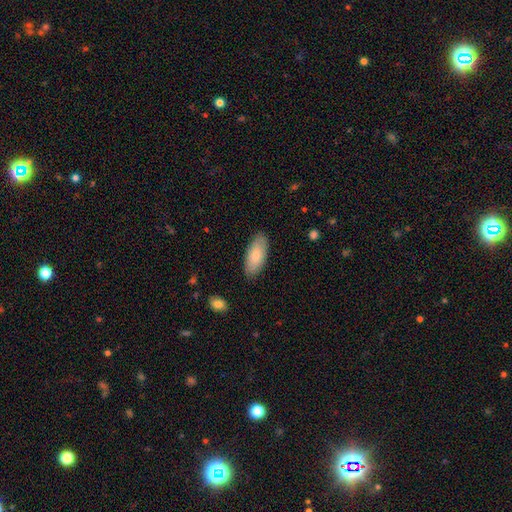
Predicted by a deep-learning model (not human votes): smooth_or_featured: smooth (p=0.82) [alt: featured or disk p=0.13]
how_rounded: in between (p=0.87) [alt: cigar-shaped p=0.11]
merging: none (p=0.86) [alt: minor disturbance p=0.11]